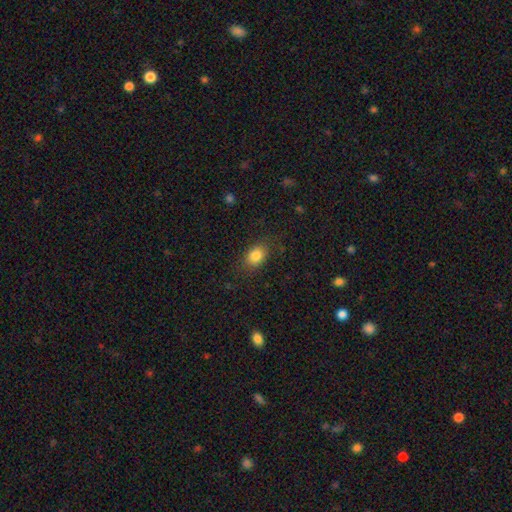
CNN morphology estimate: Q: Smooth or featured?
A: smooth (83%); runner-up: star or artifact (10%)
Q: How rounded?
A: in between (68%); runner-up: round (31%)
Q: Merging?
A: none (80%); runner-up: minor disturbance (14%)